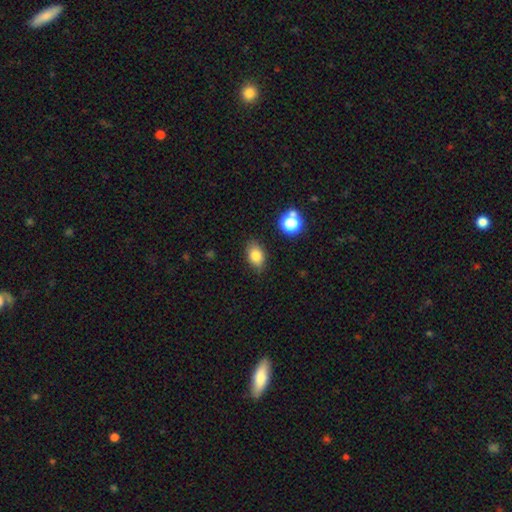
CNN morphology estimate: This is clearly a smooth galaxy (81%). How rounded: clearly in between (83%). Merging: clearly none (81%).